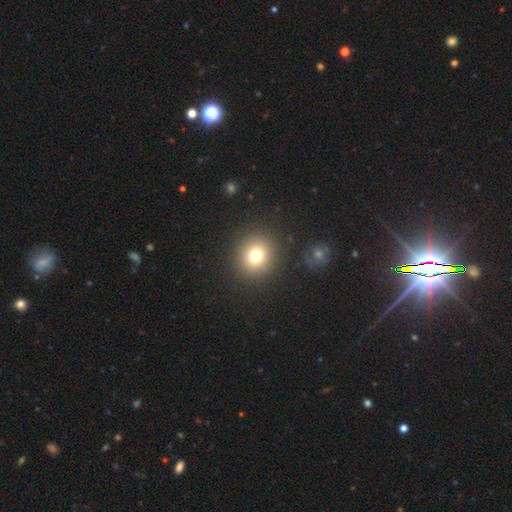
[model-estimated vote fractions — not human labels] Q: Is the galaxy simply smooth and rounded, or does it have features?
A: smooth — 76%.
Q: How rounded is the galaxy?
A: round — 84%.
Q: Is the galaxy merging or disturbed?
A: none — 89%.